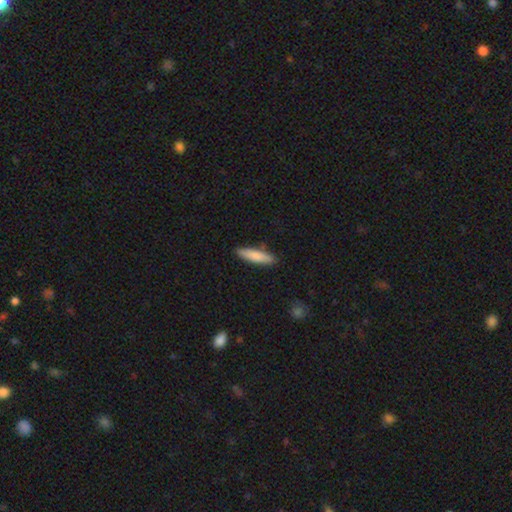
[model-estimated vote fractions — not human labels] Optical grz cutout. It shows a smooth galaxy with no disk features (82%) that is cigar-shaped (77%). Merging: none (86%).